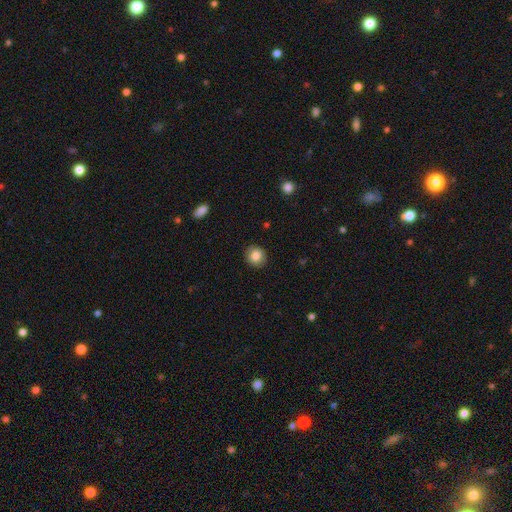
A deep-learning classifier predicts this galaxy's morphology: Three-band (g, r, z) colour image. It shows a smooth galaxy with no disk features (83%) that is round (84%). Merging: none (90%).